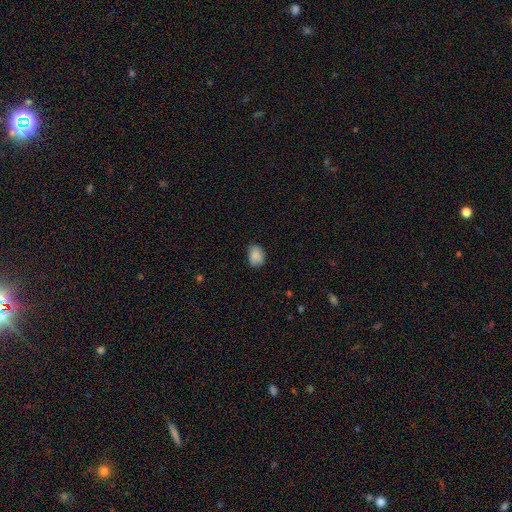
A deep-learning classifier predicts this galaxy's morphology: This is clearly a smooth galaxy (88%). How rounded: likely in between (65%). Merging: likely none (75%).